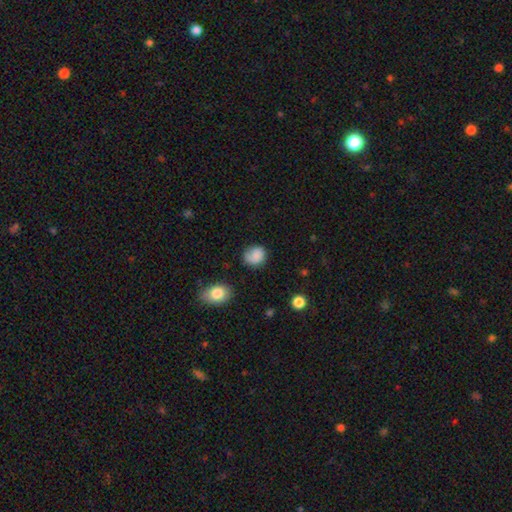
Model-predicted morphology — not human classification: This is clearly a smooth galaxy (84%). How rounded: likely round (75%). Merging: likely none (70%).